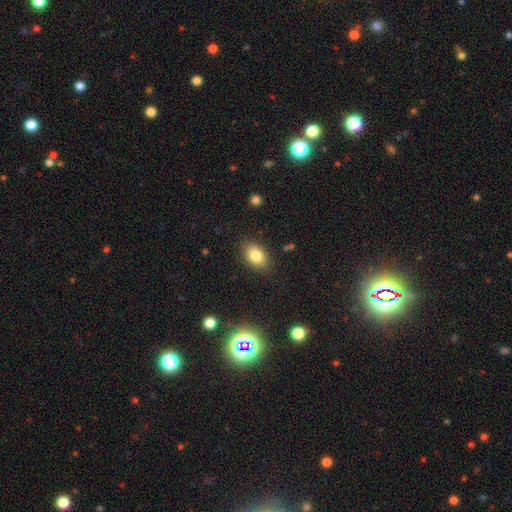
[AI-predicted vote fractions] Smooth or featured? Predicted: smooth (p=0.82). How rounded? Predicted: in between (p=0.85). Merging? Predicted: none (p=0.85).